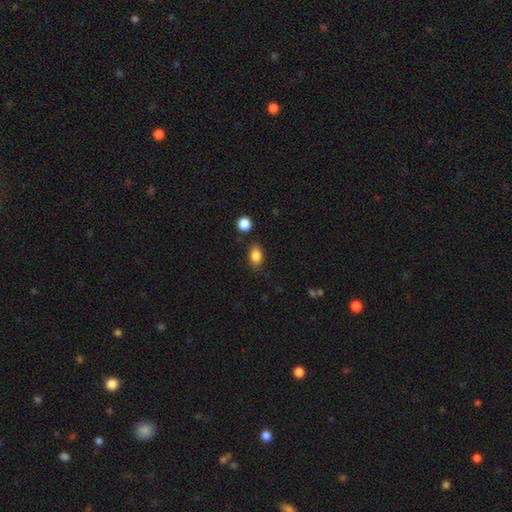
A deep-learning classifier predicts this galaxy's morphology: smooth 86%, star or artifact 9%, featured or disk 5%. Down the decision tree: how rounded — in between (77%); merging — none (83%).